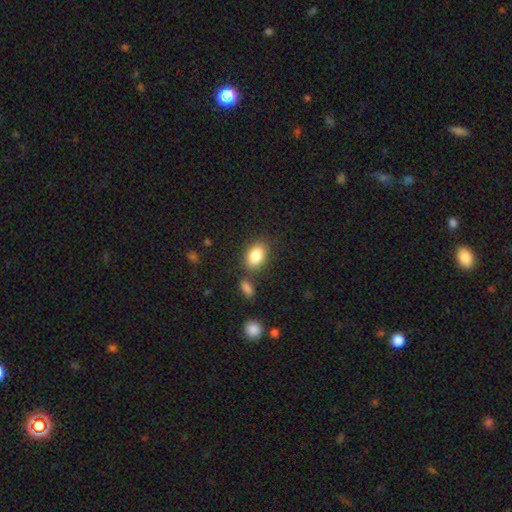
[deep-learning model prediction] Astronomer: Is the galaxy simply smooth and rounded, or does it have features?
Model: smooth — 85%.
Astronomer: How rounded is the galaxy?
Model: in between — 87%.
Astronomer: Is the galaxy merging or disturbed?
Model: none — 74%.